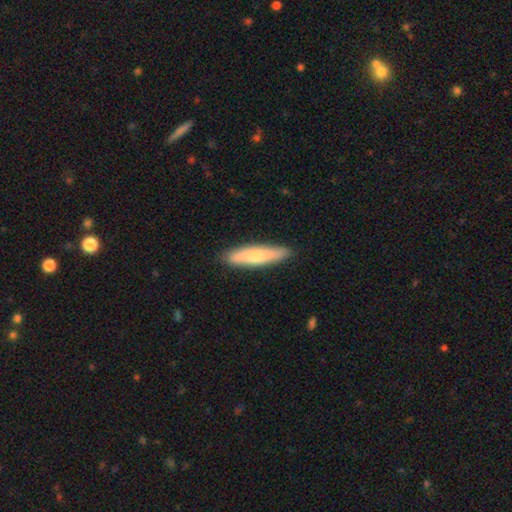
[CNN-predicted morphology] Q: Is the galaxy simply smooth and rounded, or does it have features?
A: smooth — 69%.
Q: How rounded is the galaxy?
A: cigar-shaped — 81%.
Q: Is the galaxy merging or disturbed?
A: none — 86%.